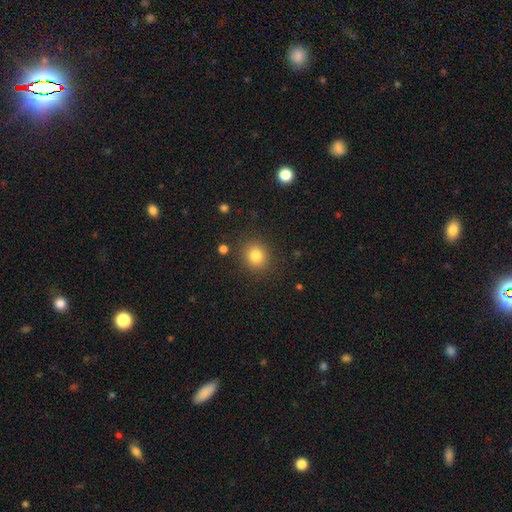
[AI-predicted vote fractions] Q: Smooth or featured?
A: smooth (82%); runner-up: star or artifact (12%)
Q: How rounded?
A: round (86%); runner-up: in between (13%)
Q: Merging?
A: none (87%); runner-up: minor disturbance (7%)